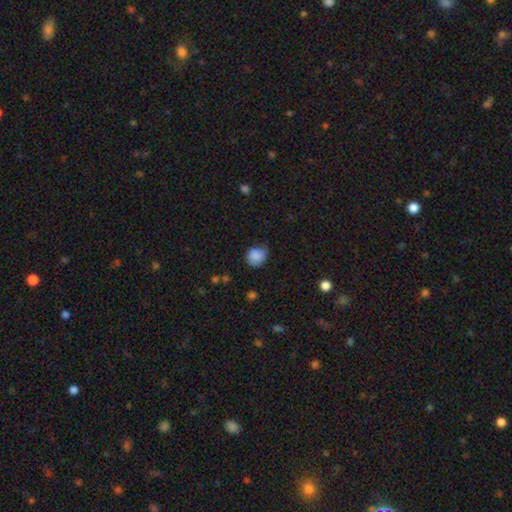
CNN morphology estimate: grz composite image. It shows a smooth galaxy with no disk features (86%) that is round (71%). Merging: none (60%).